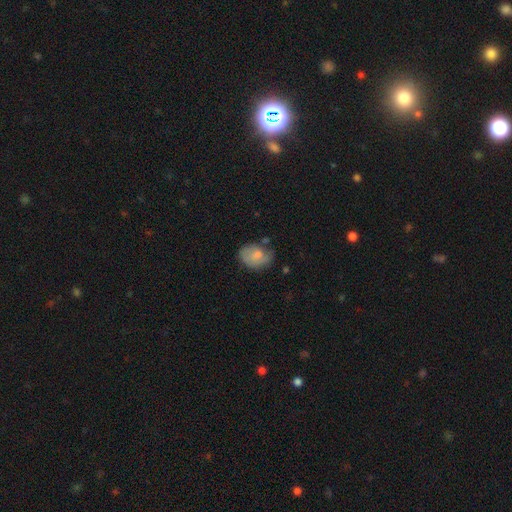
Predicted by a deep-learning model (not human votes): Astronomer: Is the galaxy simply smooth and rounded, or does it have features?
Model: smooth — 69%.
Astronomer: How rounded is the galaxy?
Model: in between — 67%.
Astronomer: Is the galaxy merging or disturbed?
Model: none — 50% (runner-up: minor disturbance, 33%).